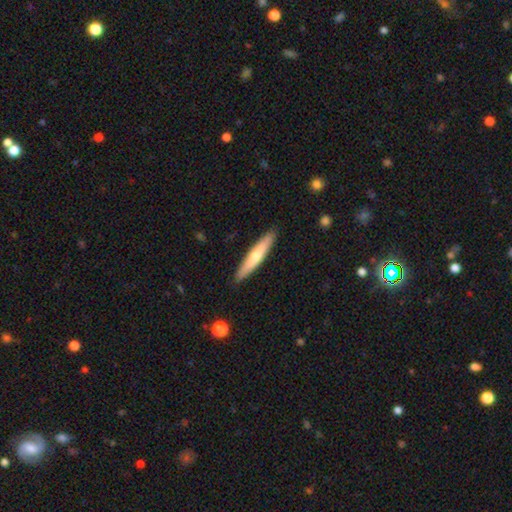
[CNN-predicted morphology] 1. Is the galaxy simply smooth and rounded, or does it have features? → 59% smooth, 36% featured or disk, 5% star or artifact.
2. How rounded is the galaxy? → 90% cigar-shaped, 8% in between, 1% round.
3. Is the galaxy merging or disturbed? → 90% none, 8% minor disturbance, 1% major disturbance, 1% merger.